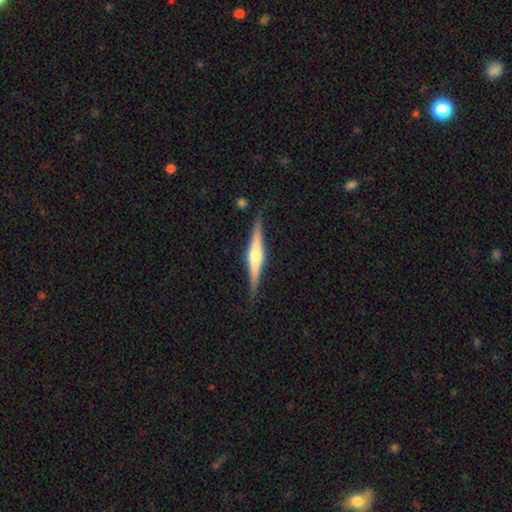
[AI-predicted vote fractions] Overall: featured or disk (75%). Edge-on disk: yes (98%). Edge-on bulge: rounded (85%). Merging: none (87%).